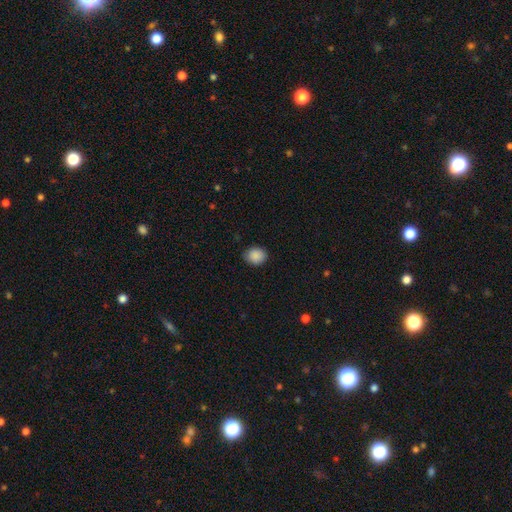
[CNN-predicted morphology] Smooth or featured? Predicted: smooth (p=0.89). How rounded? Predicted: round (p=0.58). Merging? Predicted: none (p=0.84).